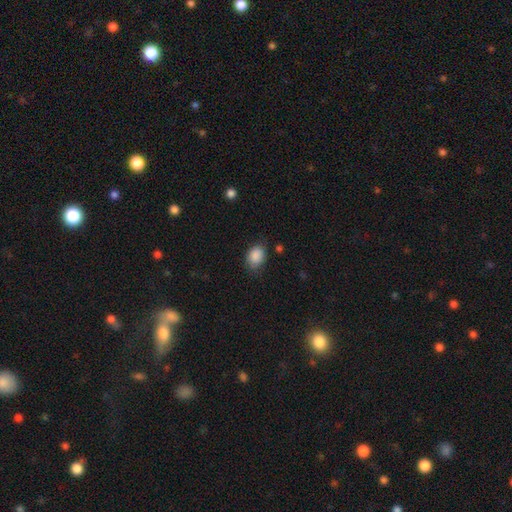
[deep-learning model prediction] Q: Smooth or featured?
A: smooth (88%); runner-up: star or artifact (8%)
Q: How rounded?
A: in between (68%); runner-up: round (31%)
Q: Merging?
A: none (73%); runner-up: minor disturbance (20%)